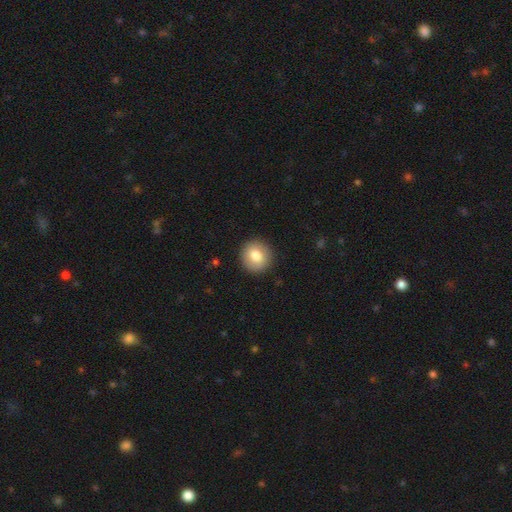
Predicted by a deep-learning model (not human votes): Q: Smooth or featured?
A: smooth (81%); runner-up: featured or disk (12%)
Q: How rounded?
A: round (91%); runner-up: in between (8%)
Q: Merging?
A: none (91%); runner-up: minor disturbance (6%)